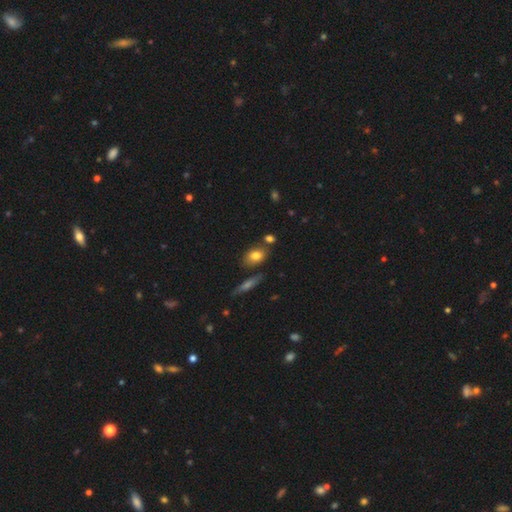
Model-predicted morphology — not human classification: A smooth galaxy with no disk features (79%) that is in between round and cigar-shaped (75%). Merging: none (69%).